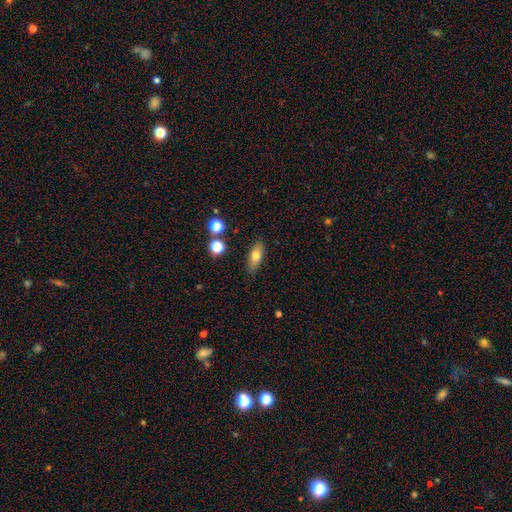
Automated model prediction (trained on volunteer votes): Smooth or featured?
  - smooth: 69% *
  - featured or disk: 22%
  - star or artifact: 9%
How rounded?
  - in between: 65% *
  - cigar-shaped: 30%
  - round: 5%
Merging?
  - none: 85% *
  - minor disturbance: 10%
  - merger: 2%
  - major disturbance: 2%